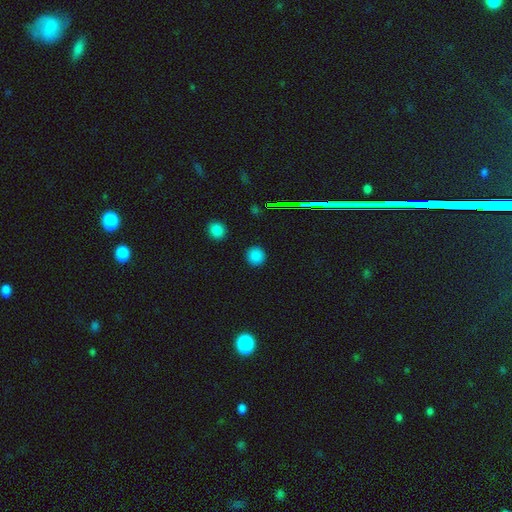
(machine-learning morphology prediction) This appears to be a smooth galaxy with no disk features (82%) that is round (91%). Merging: none (91%).